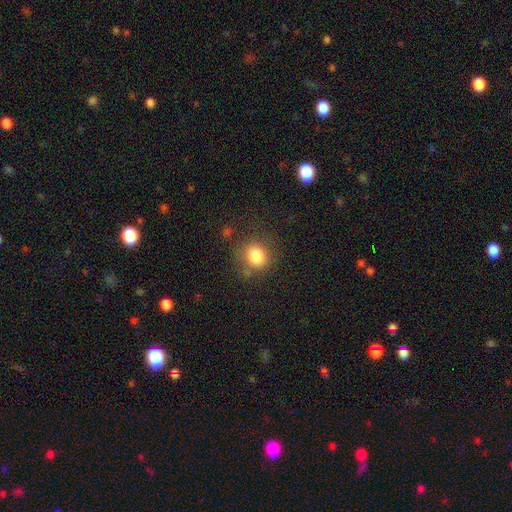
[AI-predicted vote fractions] This is clearly a smooth galaxy (82%). How rounded: likely round (74%). Merging: likely none (72%).